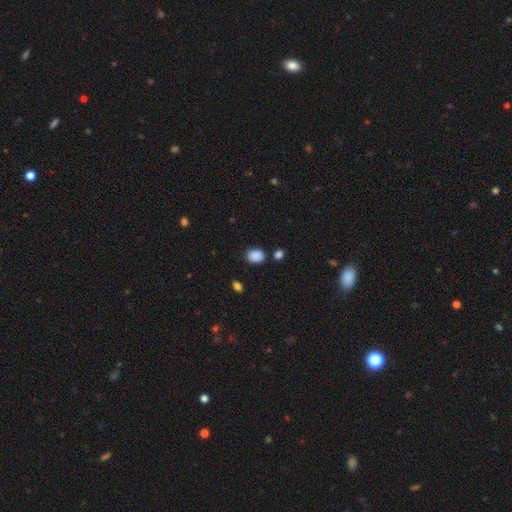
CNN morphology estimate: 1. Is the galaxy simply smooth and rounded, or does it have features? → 88% smooth, 9% star or artifact, 3% featured or disk.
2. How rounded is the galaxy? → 66% in between, 33% round, 1% cigar-shaped.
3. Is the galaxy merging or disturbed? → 78% none, 14% minor disturbance, 5% merger, 3% major disturbance.